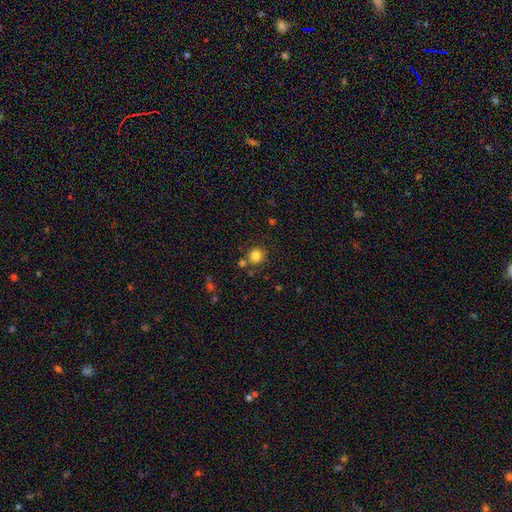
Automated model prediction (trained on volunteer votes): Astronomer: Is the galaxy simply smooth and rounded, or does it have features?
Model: smooth — 82%.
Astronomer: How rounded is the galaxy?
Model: round — 90%.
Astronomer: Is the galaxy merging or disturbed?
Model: none — 77%.